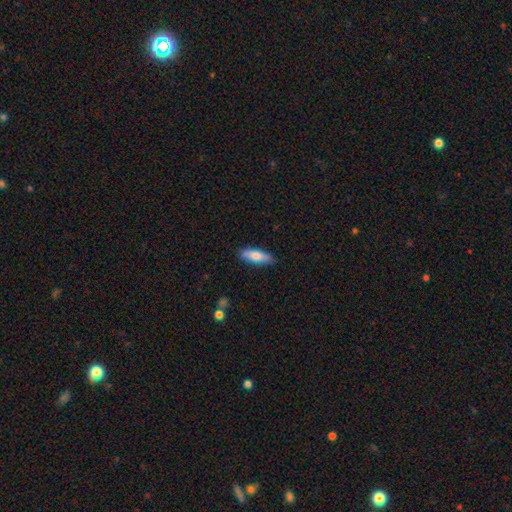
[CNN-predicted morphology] This is likely a smooth galaxy (77%). How rounded: possibly in between (53%). Merging: clearly none (84%).